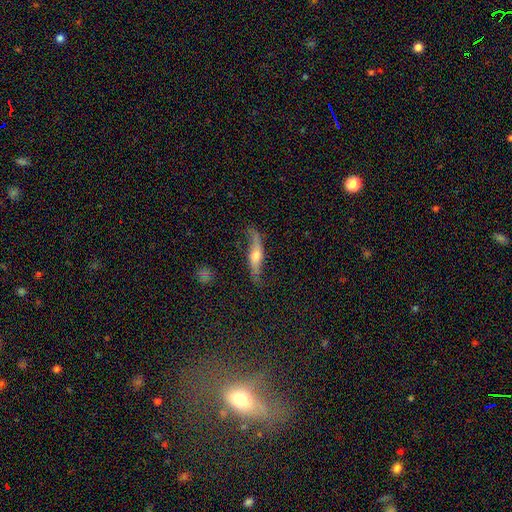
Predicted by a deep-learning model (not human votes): Overall: featured or disk (64%; smooth 29%). Edge-on disk: yes (63%; no 37%). Merging: none (66%).